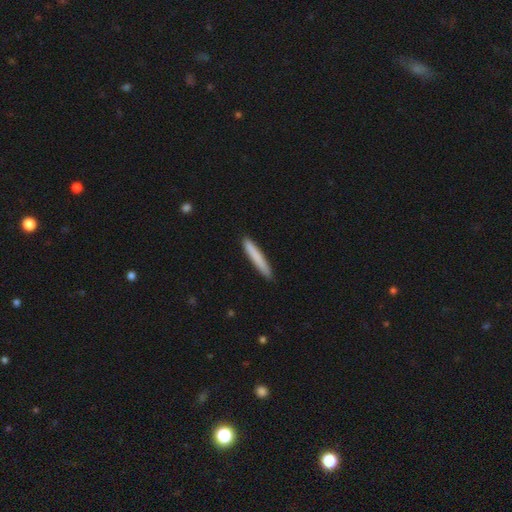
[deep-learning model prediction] A smooth galaxy with no disk features (80%) that is cigar-shaped (96%).

Vote fractions:
- Smooth or featured? smooth: 80% / featured or disk: 14% / star or artifact: 5%
- How rounded? cigar-shaped: 96% / in between: 3% / round: 1%
- Merging? none: 90% / minor disturbance: 8% / major disturbance: 1% / merger: 1%